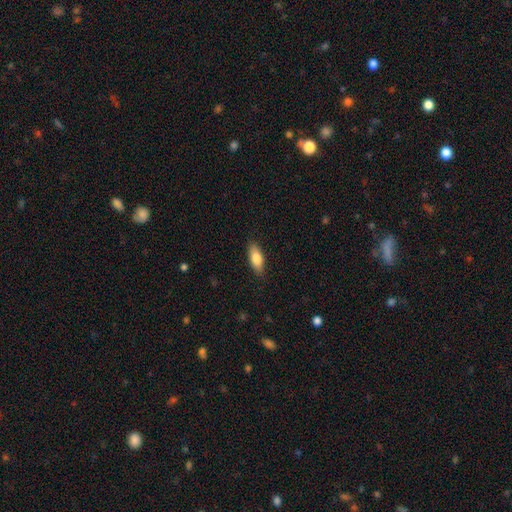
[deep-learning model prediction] Smooth or featured?
  - smooth: 81% *
  - featured or disk: 13%
  - star or artifact: 6%
How rounded?
  - in between: 77% *
  - cigar-shaped: 21%
  - round: 2%
Merging?
  - none: 87% *
  - minor disturbance: 10%
  - major disturbance: 2%
  - merger: 1%